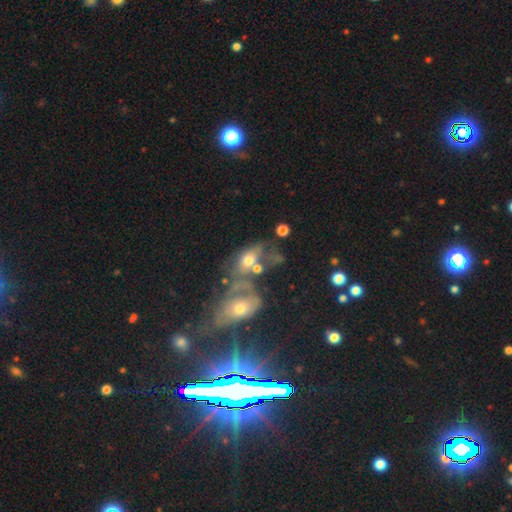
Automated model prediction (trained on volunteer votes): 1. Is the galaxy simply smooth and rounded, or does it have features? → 43% featured or disk, 38% smooth, 20% star or artifact.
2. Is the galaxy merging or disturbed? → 53% merger, 20% none, 16% major disturbance, 12% minor disturbance.